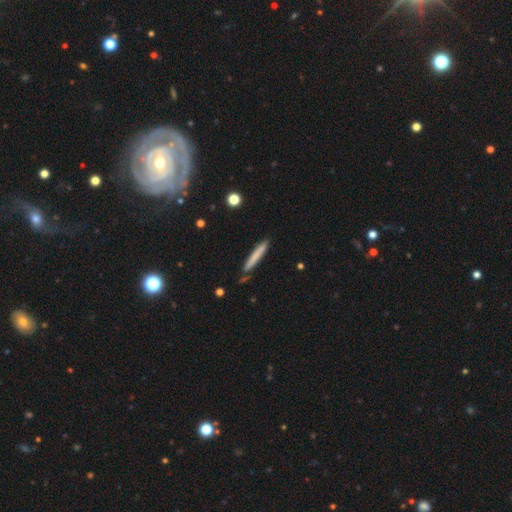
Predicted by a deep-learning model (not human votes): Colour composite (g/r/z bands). It shows a smooth galaxy with no disk features (73%) that is cigar-shaped (96%). Merging: none (86%).